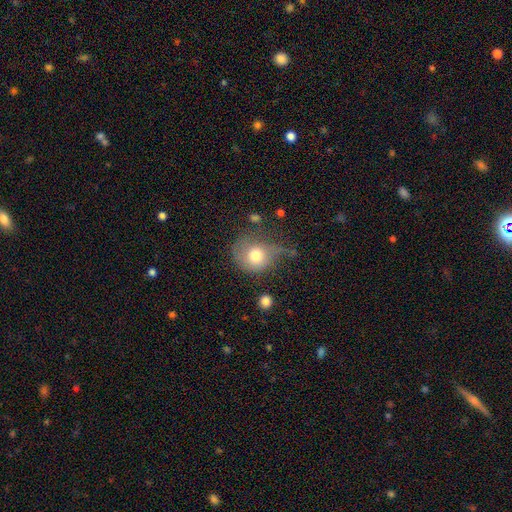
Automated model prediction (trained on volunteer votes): Overall: smooth (71%). How rounded: round (76%). Merging: none (33%; major disturbance 31%).